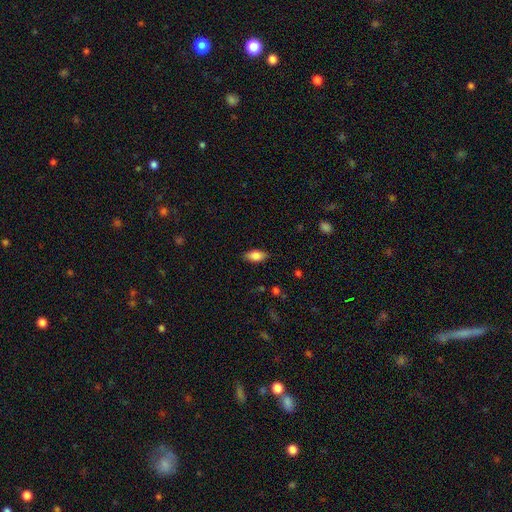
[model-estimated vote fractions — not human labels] The model was most divided on "merging": none: 84%, minor disturbance: 12%, major disturbance: 3%, merger: 1%. More confident: how rounded — in between (89%); smooth or featured — smooth (85%).